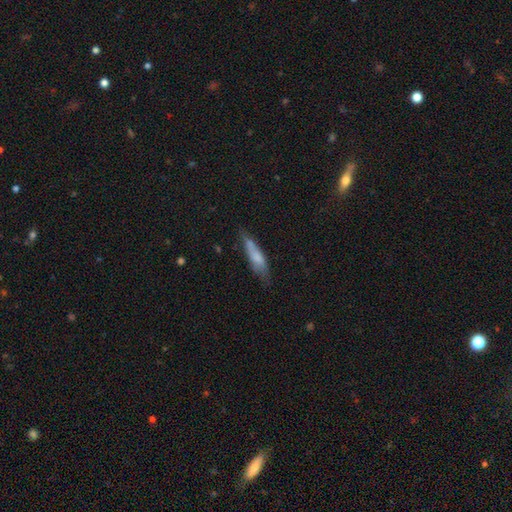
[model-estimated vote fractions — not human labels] Morphology: type=smooth (69%); roundness=cigar-shaped (76%); merging=none (62%).